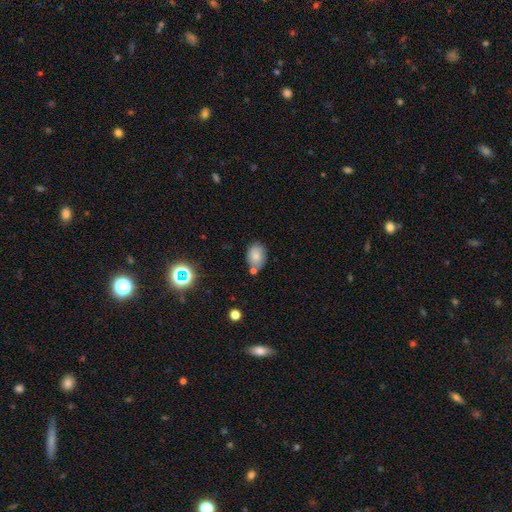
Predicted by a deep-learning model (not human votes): Smooth or featured?
  - smooth: 76% *
  - featured or disk: 13%
  - star or artifact: 11%
How rounded?
  - in between: 75% *
  - round: 24%
  - cigar-shaped: 1%
Merging?
  - none: 63% *
  - minor disturbance: 20%
  - merger: 13%
  - major disturbance: 4%